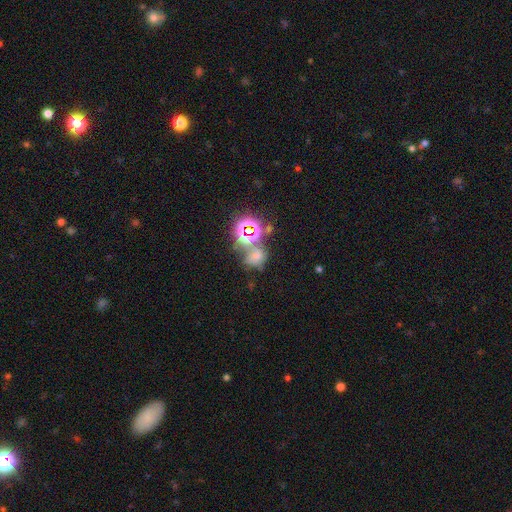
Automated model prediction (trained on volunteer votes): Smooth or featured? star or artifact (44%)